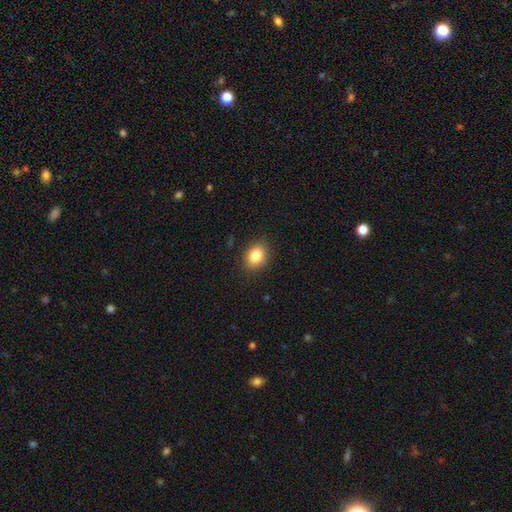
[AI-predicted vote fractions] The model was most divided on "how rounded": in between: 63%, round: 36%, cigar-shaped: 1%. More confident: merging — none (87%); smooth or featured — smooth (84%).